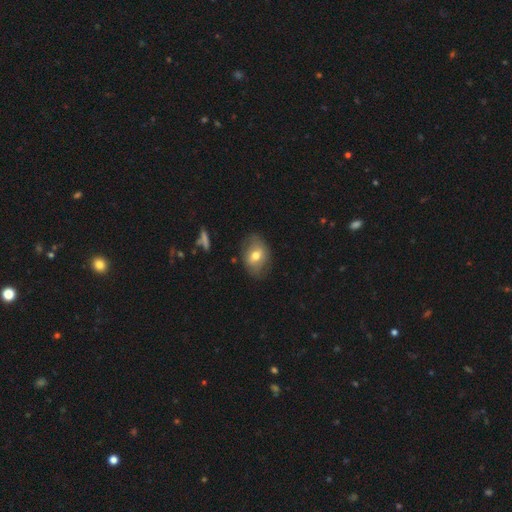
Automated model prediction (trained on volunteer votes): Smooth or featured: smooth — 63% (featured or disk — 29%)
How rounded: in between — 75% (round — 24%)
Merging: none — 74% (minor disturbance — 19%)